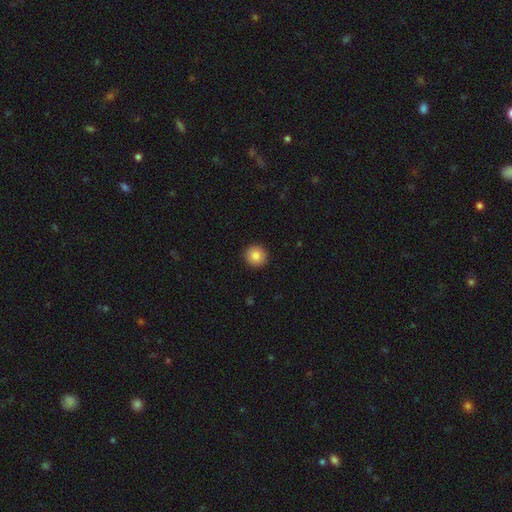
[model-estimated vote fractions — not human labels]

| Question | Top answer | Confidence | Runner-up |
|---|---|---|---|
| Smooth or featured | smooth | 86% | star or artifact (9%) |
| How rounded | round | 94% | in between (5%) |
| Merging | none | 93% | minor disturbance (5%) |